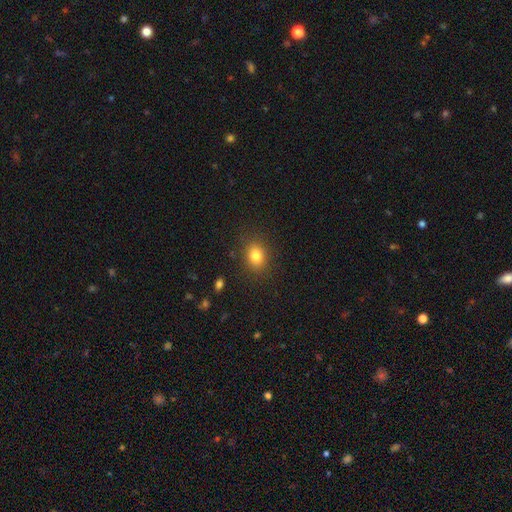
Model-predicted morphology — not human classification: A smooth galaxy with no disk features (82%) that is in between round and cigar-shaped (53%). Merging: none (86%).